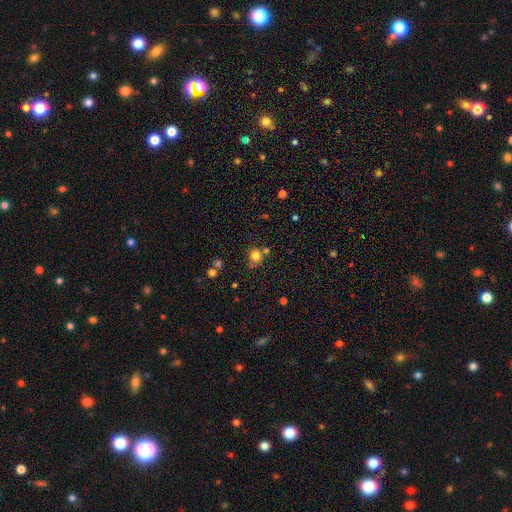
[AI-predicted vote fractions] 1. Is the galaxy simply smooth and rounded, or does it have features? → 79% smooth, 13% star or artifact, 7% featured or disk.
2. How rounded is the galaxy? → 84% round, 15% in between, 1% cigar-shaped.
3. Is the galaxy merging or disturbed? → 64% none, 16% merger, 15% minor disturbance, 5% major disturbance.